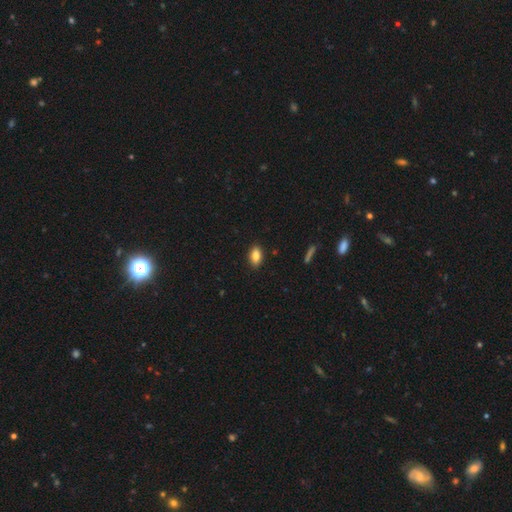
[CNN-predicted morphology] smooth-or-featured: smooth: 84% | star or artifact: 8% | featured or disk: 8%
  how-rounded: in between: 90% | round: 5% | cigar-shaped: 5%
  merging: none: 89% | minor disturbance: 8% | major disturbance: 2% | merger: 1%